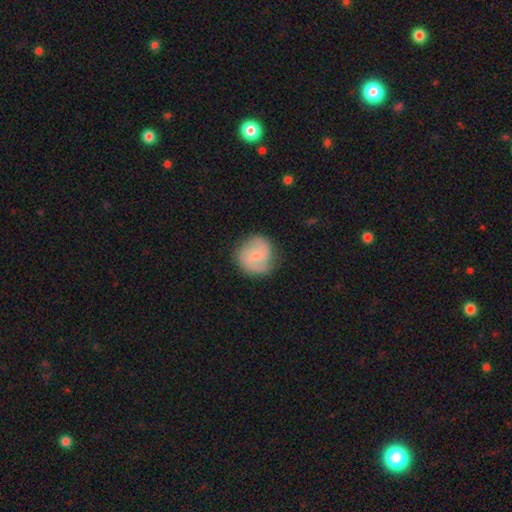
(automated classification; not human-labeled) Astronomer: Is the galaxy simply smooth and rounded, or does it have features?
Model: featured or disk — 50% (runner-up: smooth, 43%).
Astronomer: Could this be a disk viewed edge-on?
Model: no — 98%.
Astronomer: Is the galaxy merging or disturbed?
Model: none — 76%.